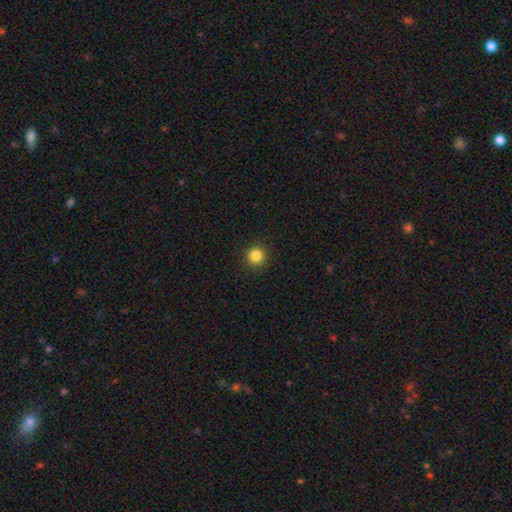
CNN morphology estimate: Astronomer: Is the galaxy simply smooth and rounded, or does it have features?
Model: smooth — 85%.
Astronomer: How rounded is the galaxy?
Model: round — 94%.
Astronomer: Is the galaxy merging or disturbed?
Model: none — 92%.